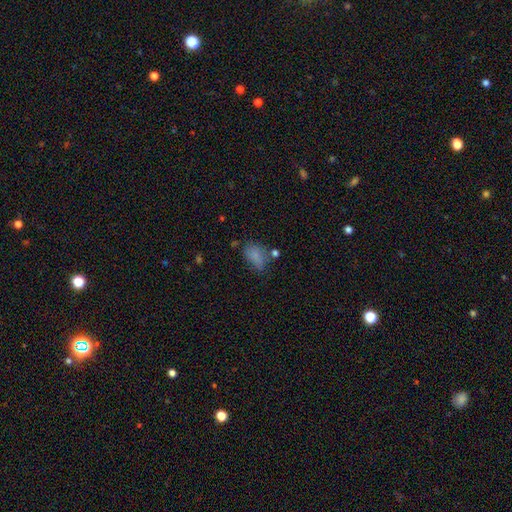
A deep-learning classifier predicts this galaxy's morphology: Smooth or featured? smooth (78%)
How rounded? in between (86%)
Merging? none (54%)